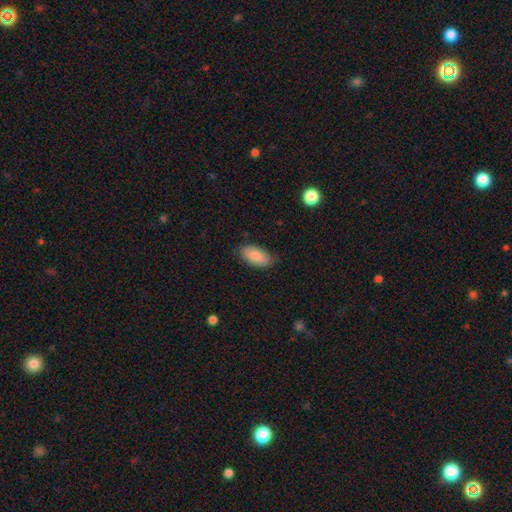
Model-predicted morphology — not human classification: This appears to be a smooth galaxy with no disk features (87%) that is in between round and cigar-shaped (93%). Merging: none (80%).